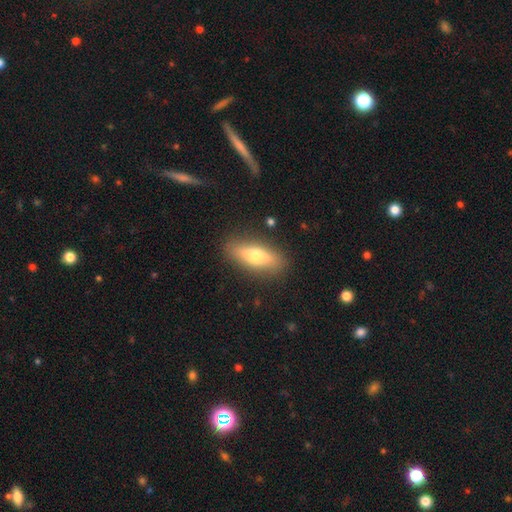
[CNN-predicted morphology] Overall: smooth (64%; featured or disk 30%). How rounded: in between (59%; cigar-shaped 37%). Merging: none (86%).